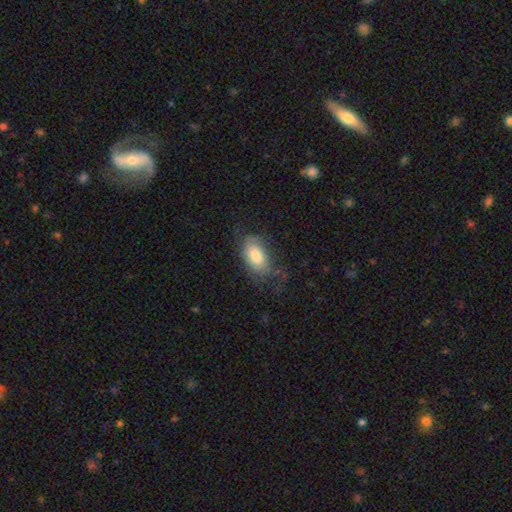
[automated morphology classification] smooth-or-featured: smooth: 75% | featured or disk: 18% | star or artifact: 7%
  how-rounded: in between: 92% | round: 6% | cigar-shaped: 2%
  merging: none: 55% | minor disturbance: 27% | major disturbance: 16% | merger: 2%